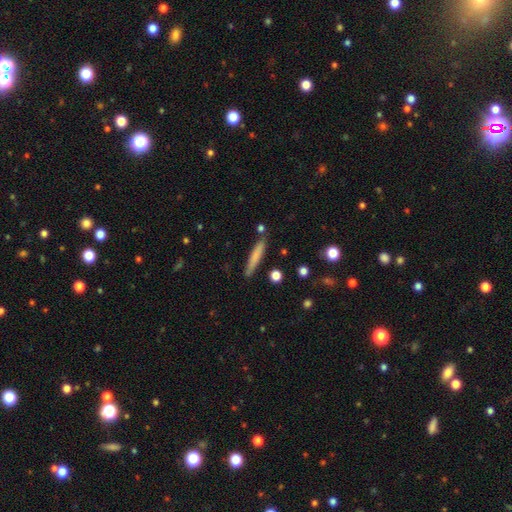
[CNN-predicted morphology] This appears to be a smooth galaxy with no disk features (72%) that is cigar-shaped (92%). Merging: none (81%).